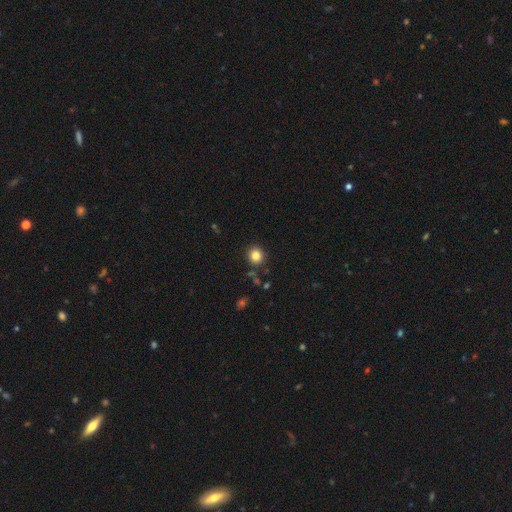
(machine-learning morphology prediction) smooth_or_featured: smooth (p=0.82) [alt: star or artifact p=0.12]
how_rounded: round (p=0.88) [alt: in between p=0.11]
merging: none (p=0.88) [alt: minor disturbance p=0.07]